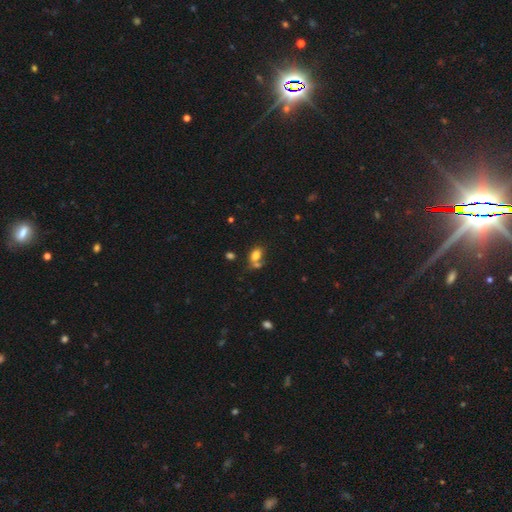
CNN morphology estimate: smooth-or-featured: smooth: 79% | star or artifact: 12% | featured or disk: 10%
  how-rounded: in between: 83% | round: 15% | cigar-shaped: 2%
  merging: none: 47% | merger: 33% | minor disturbance: 14% | major disturbance: 6%